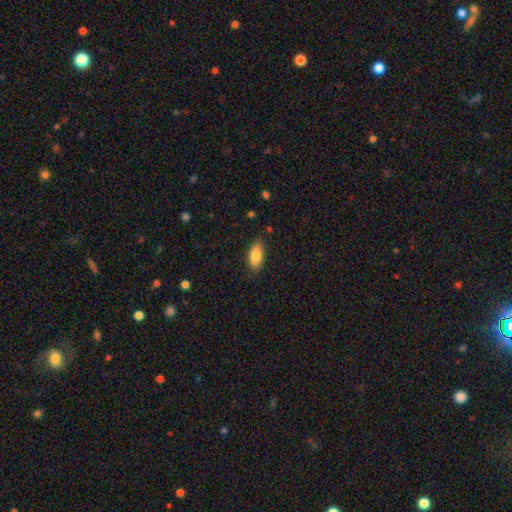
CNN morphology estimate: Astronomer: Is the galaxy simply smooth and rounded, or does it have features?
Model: smooth — 83%.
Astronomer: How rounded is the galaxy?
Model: in between — 87%.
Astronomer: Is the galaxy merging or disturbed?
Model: none — 81%.